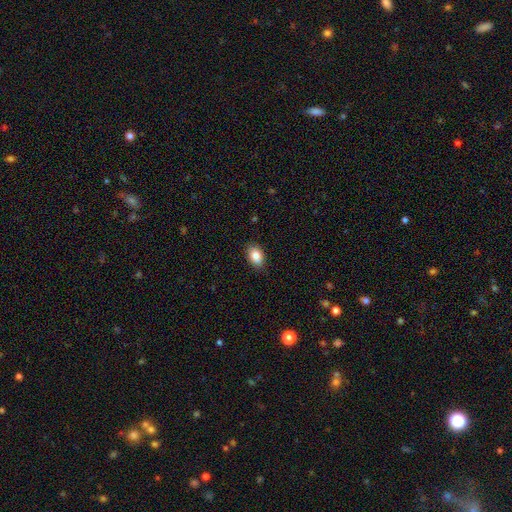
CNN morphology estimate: smooth-or-featured: smooth: 85% | star or artifact: 8% | featured or disk: 8%
  how-rounded: in between: 85% | round: 14% | cigar-shaped: 1%
  merging: none: 88% | minor disturbance: 9% | major disturbance: 2% | merger: 1%